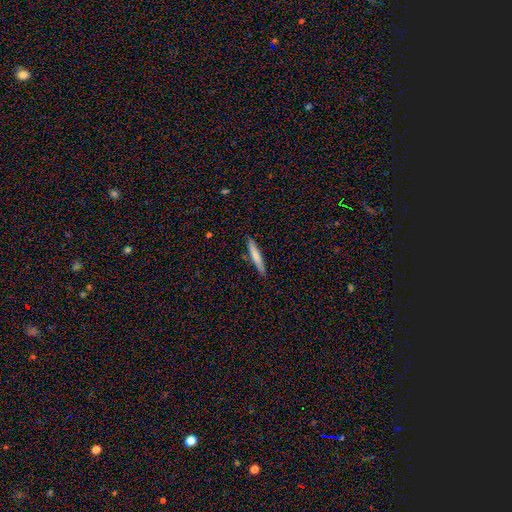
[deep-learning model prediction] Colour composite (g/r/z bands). It shows a smooth galaxy with no disk features (72%) that is cigar-shaped (93%). Merging: none (87%).